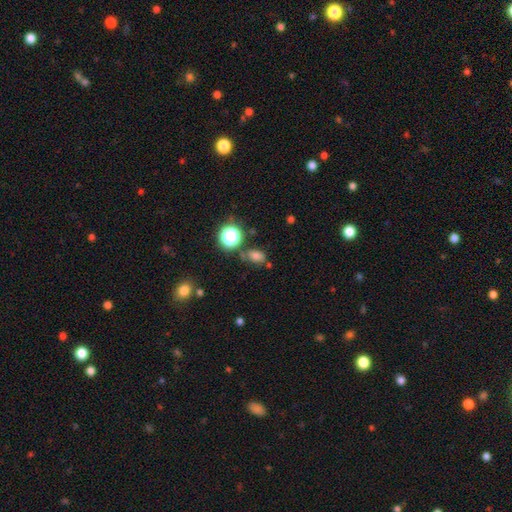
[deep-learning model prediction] A smooth galaxy with no disk features (66%) that is in between round and cigar-shaped (68%). Merging: none (69%).